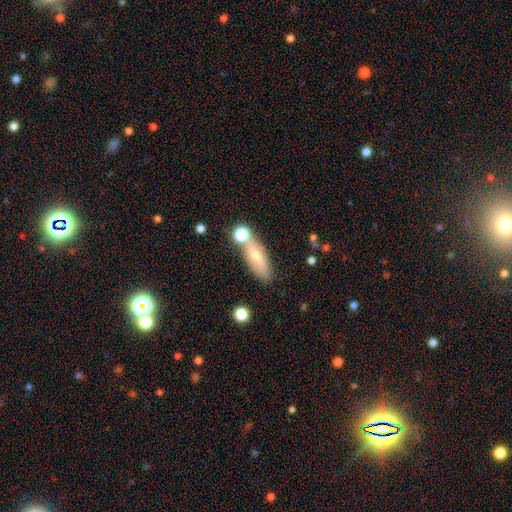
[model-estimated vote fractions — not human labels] This is likely a smooth galaxy (66%). How rounded: likely in between (61%). Merging: likely none (62%).